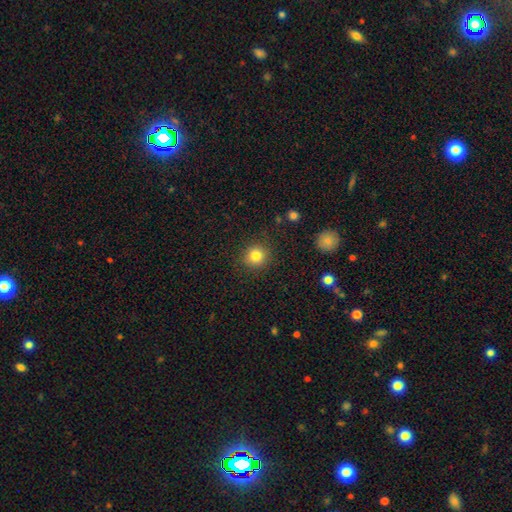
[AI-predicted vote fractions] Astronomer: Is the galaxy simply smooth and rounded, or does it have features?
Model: smooth — 83%.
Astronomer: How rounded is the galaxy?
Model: round — 91%.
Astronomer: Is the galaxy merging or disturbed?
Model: none — 89%.